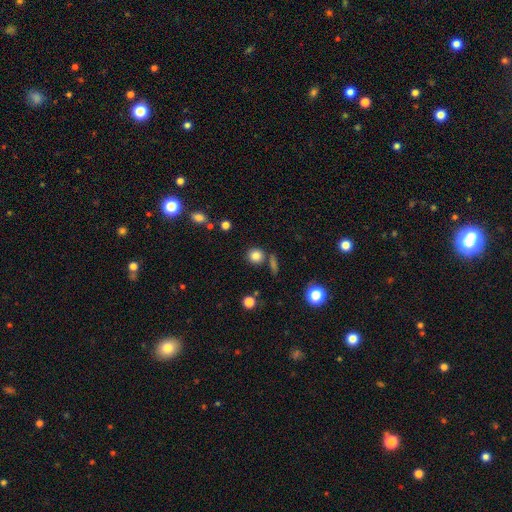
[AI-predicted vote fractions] smooth 82%, star or artifact 11%, featured or disk 6%. Down the decision tree: how rounded — round (88%); merging — none (78%).